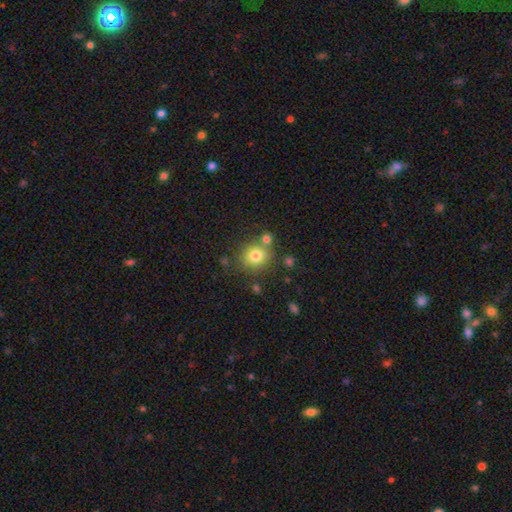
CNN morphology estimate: The model was most divided on "merging": none: 70%, merger: 15%, minor disturbance: 11%, major disturbance: 4%. More confident: how rounded — round (80%); smooth or featured — smooth (78%).